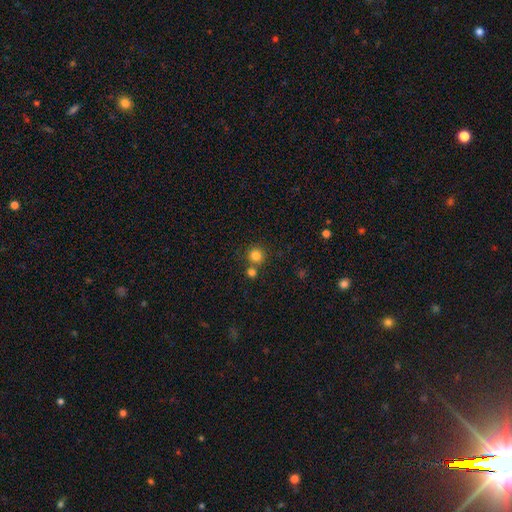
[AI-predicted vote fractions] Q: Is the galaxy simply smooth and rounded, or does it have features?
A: smooth — 82%.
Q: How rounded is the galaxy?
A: round — 93%.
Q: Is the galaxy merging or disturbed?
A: none — 70%.